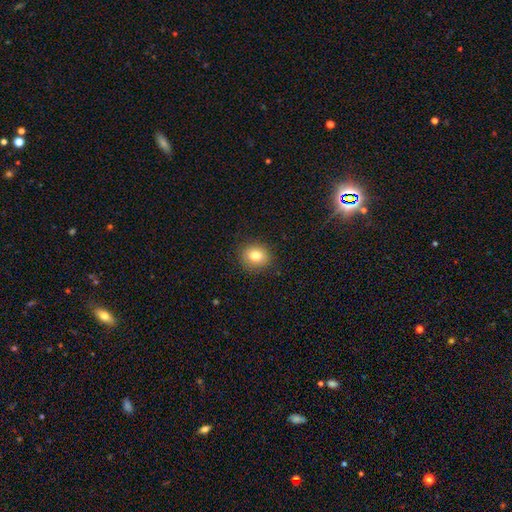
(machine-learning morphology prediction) This appears to be a smooth galaxy with no disk features (80%) that is round (78%). Merging: none (89%).